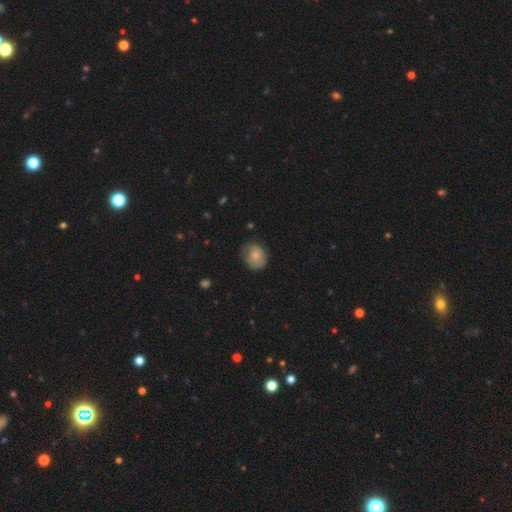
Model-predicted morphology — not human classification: Smooth or featured: smooth — 77% (featured or disk — 15%)
How rounded: round — 56% (in between — 43%)
Merging: none — 61% (minor disturbance — 29%)